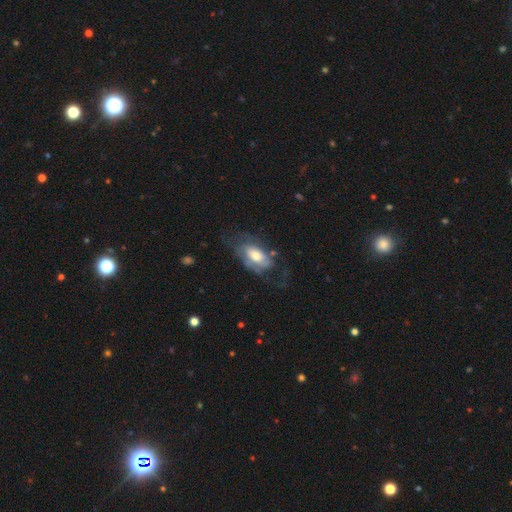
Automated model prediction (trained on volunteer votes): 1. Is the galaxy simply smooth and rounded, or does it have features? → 58% featured or disk, 36% smooth, 7% star or artifact.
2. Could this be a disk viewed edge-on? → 91% no, 9% yes.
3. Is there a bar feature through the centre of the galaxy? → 68% no, 25% weak, 7% strong.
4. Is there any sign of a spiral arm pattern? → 70% yes, 30% no.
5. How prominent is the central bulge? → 59% moderate, 22% large, 15% small, 2% dominant, 2% none.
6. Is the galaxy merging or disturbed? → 47% none, 27% major disturbance, 24% minor disturbance, 2% merger.